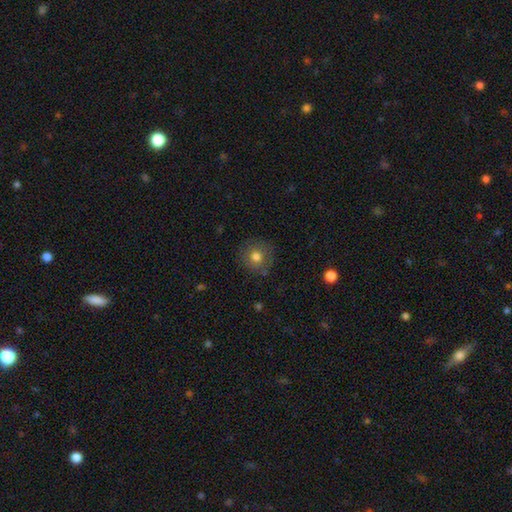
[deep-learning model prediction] Smooth or featured?
  - smooth: 71% *
  - star or artifact: 16%
  - featured or disk: 13%
How rounded?
  - round: 93% *
  - in between: 6%
  - cigar-shaped: 1%
Merging?
  - none: 85% *
  - minor disturbance: 10%
  - major disturbance: 3%
  - merger: 1%